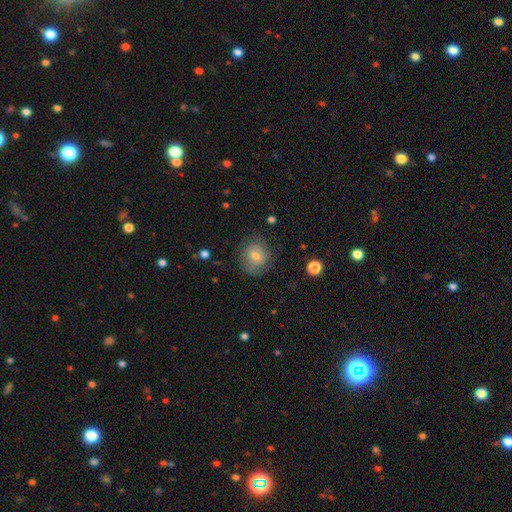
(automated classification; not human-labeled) Smooth or featured: smooth — 53% (featured or disk — 35%)
How rounded: round — 73% (in between — 26%)
Merging: none — 74% (minor disturbance — 17%)